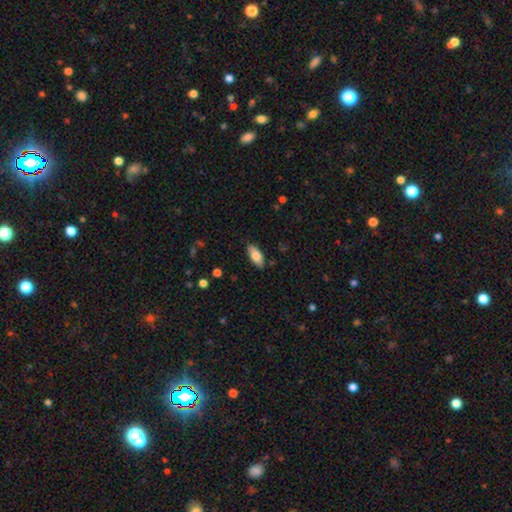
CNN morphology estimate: Smooth or featured? smooth (77%)
How rounded? in between (88%)
Merging? none (86%)